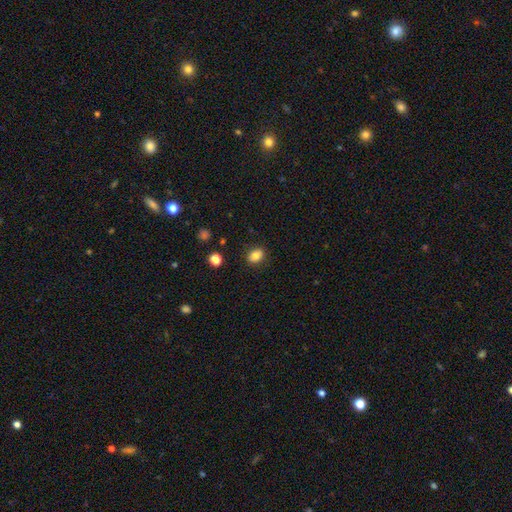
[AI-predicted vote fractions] Smooth or featured? Predicted: smooth (p=0.81). How rounded? Predicted: in between (p=0.63). Merging? Predicted: none (p=0.86).